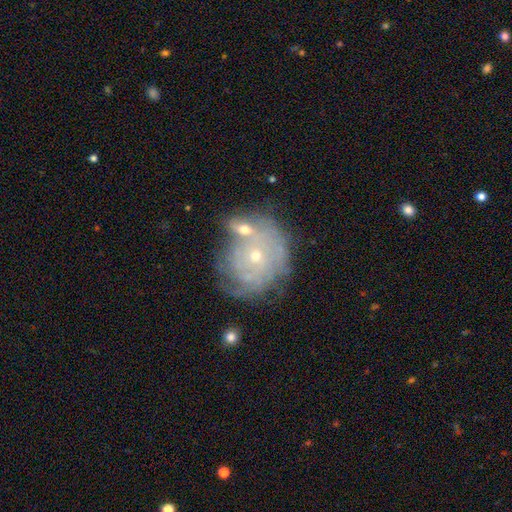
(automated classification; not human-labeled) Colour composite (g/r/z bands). It shows a featured or disk galaxy (73%) with no bar (85%), tight (75%) spiral arms (79%) and a small central bulge (70%). Merging: none (48%).